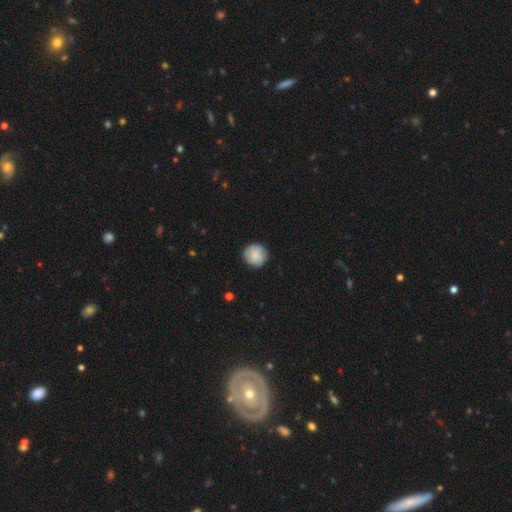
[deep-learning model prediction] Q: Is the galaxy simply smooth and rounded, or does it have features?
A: smooth — 81%.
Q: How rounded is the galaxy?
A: round — 93%.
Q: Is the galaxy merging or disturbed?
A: none — 85%.